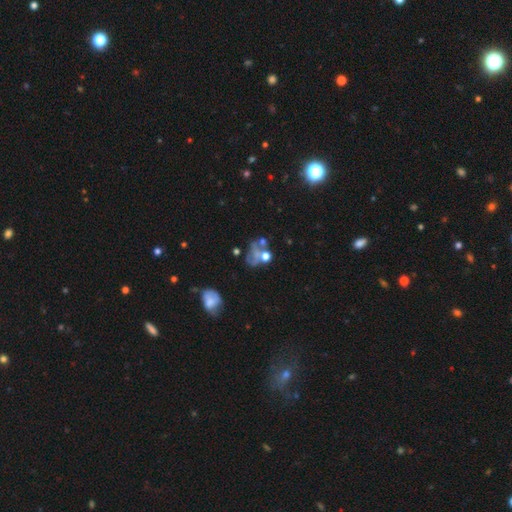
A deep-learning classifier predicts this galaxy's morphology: smooth-or-featured: featured or disk: 36% | star or artifact: 34% | smooth: 30%
  merging: none: 37% | major disturbance: 24% | merger: 24% | minor disturbance: 15%